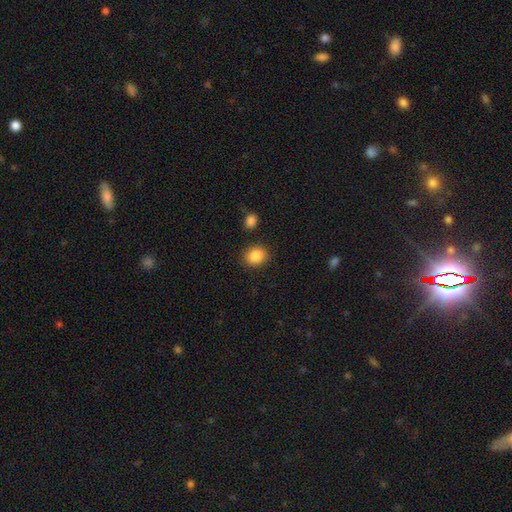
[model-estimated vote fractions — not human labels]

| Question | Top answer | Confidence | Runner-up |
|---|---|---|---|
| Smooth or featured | smooth | 87% | star or artifact (9%) |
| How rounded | round | 58% | in between (41%) |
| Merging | none | 85% | minor disturbance (9%) |